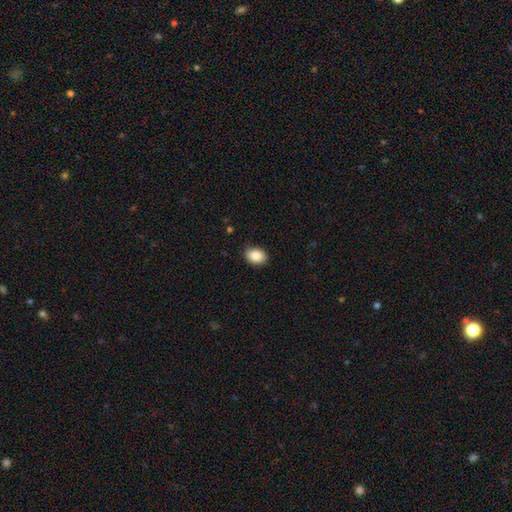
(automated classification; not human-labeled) Smooth or featured?
  - smooth: 86% *
  - star or artifact: 8%
  - featured or disk: 6%
How rounded?
  - in between: 75% *
  - round: 24%
  - cigar-shaped: 1%
Merging?
  - none: 86% *
  - minor disturbance: 11%
  - major disturbance: 2%
  - merger: 1%